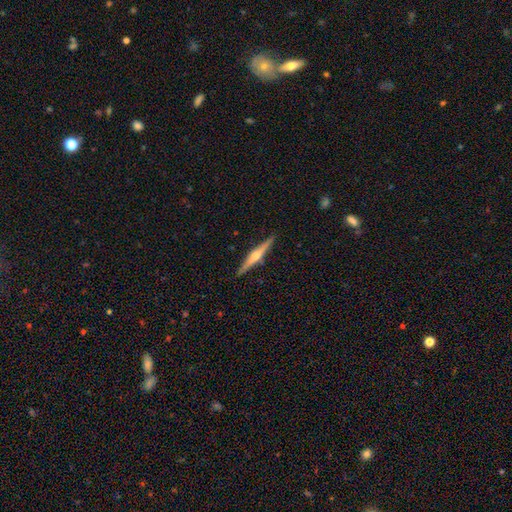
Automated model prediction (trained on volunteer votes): smooth_or_featured: featured or disk (p=0.80) [alt: smooth p=0.15]
disk_edge_on: yes (p=0.98) [alt: no p=0.02]
edge_on_bulge: rounded (p=0.92) [alt: boxy p=0.05]
merging: none (p=0.92) [alt: minor disturbance p=0.06]